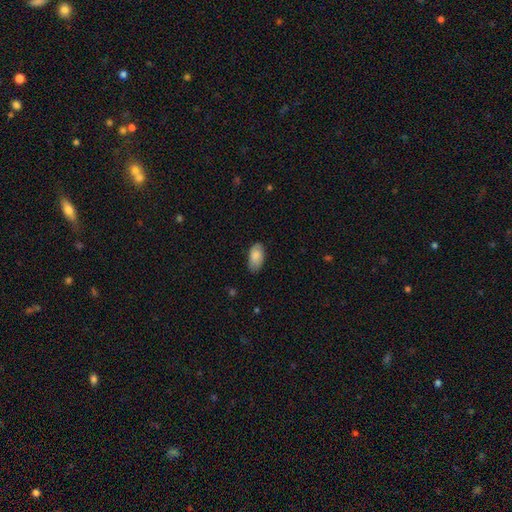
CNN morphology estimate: smooth_or_featured: smooth (p=0.84) [alt: featured or disk p=0.10]
how_rounded: in between (p=0.94) [alt: round p=0.03]
merging: none (p=0.78) [alt: minor disturbance p=0.18]